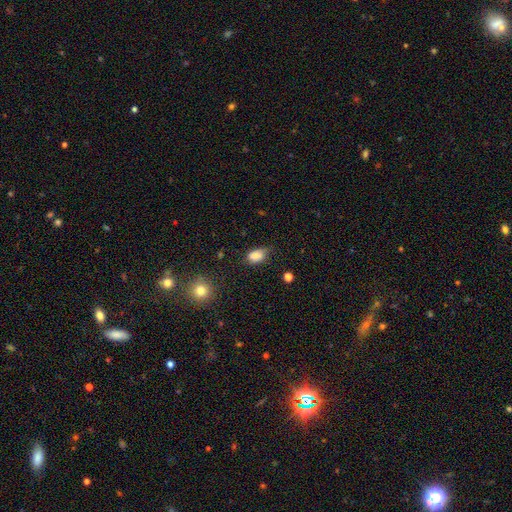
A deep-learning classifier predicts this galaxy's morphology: Q: Smooth or featured?
A: smooth (79%); runner-up: featured or disk (11%)
Q: How rounded?
A: in between (85%); runner-up: round (12%)
Q: Merging?
A: none (43%); runner-up: minor disturbance (40%)